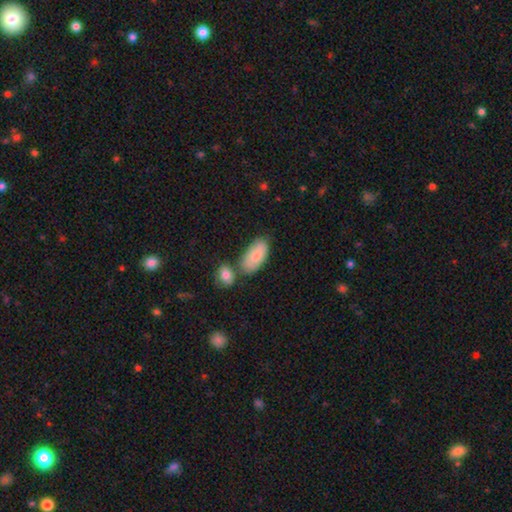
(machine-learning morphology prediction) Smooth or featured?
  - smooth: 79% *
  - featured or disk: 15%
  - star or artifact: 6%
How rounded?
  - in between: 93% *
  - cigar-shaped: 4%
  - round: 3%
Merging?
  - none: 55% *
  - merger: 26%
  - minor disturbance: 15%
  - major disturbance: 4%